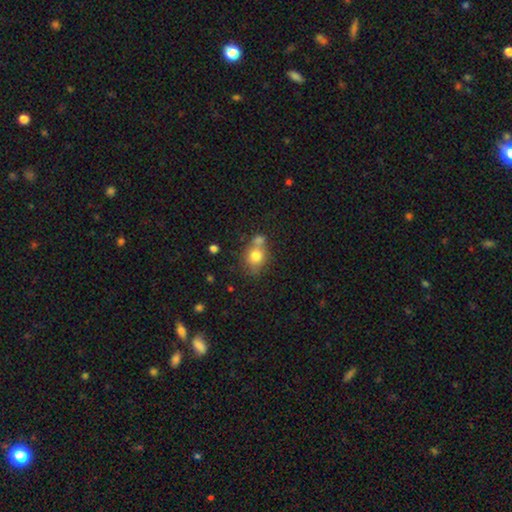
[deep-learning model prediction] smooth 77%, featured or disk 13%, star or artifact 11%. Down the decision tree: how rounded — round (72%); merging — none (46%).